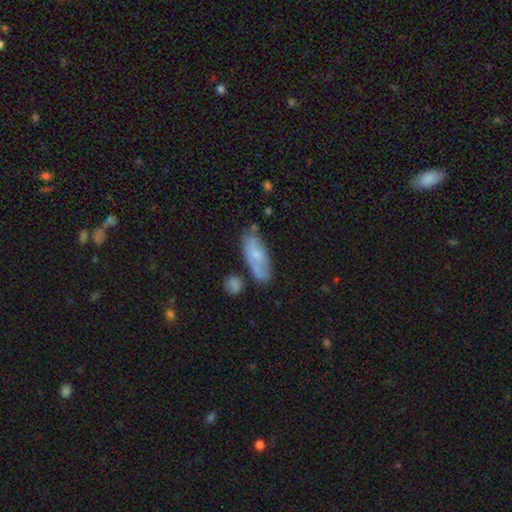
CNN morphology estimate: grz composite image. It shows a smooth galaxy with no disk features (59%) that is in between round and cigar-shaped (75%). Merging: none (57%).